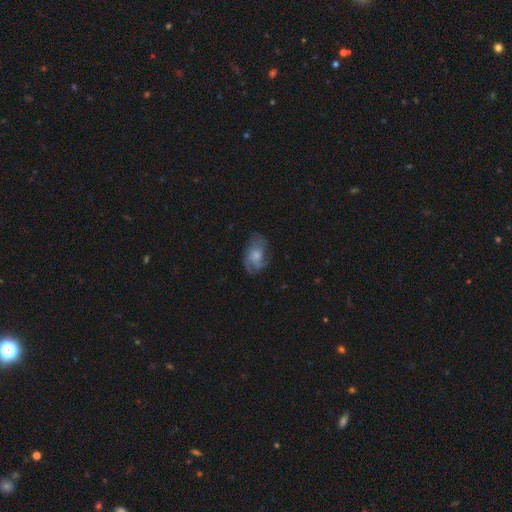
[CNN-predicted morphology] Smooth or featured? Predicted: featured or disk (p=0.53). Edge-on disk? Predicted: no (p=0.96). Bar? Predicted: no (p=0.79). Spiral arms? Predicted: yes (p=0.78). Bulge size? Predicted: moderate (p=0.44). Merging? Predicted: none (p=0.58).